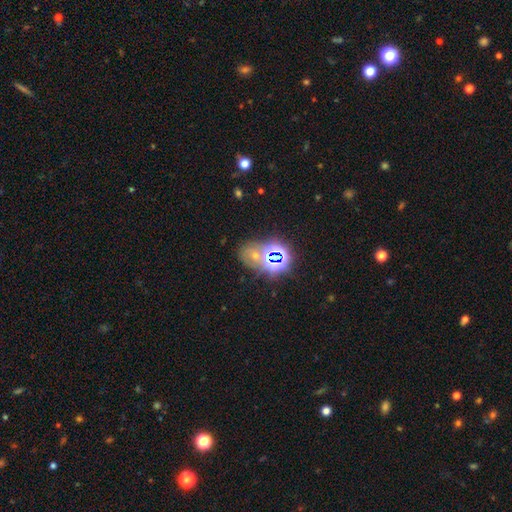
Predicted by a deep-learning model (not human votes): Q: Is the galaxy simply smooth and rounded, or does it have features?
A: star or artifact — 63%.